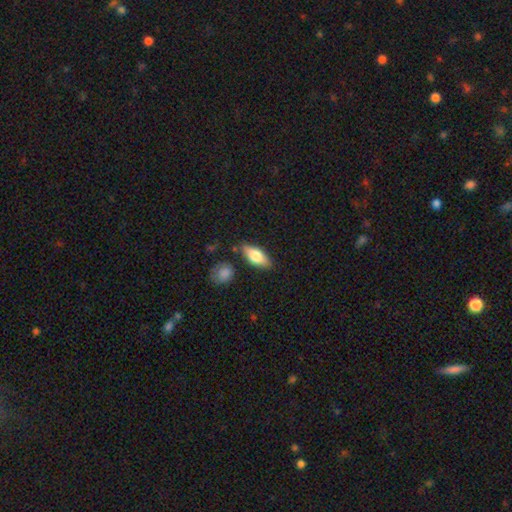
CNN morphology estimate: smooth 75%, featured or disk 19%, star or artifact 6%. Down the decision tree: how rounded — in between (80%); merging — none (81%).